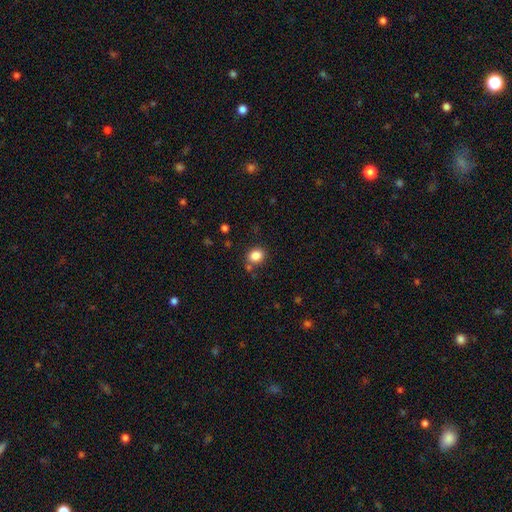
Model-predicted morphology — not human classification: A smooth galaxy with no disk features (85%) that is round (60%). Merging: none (79%).